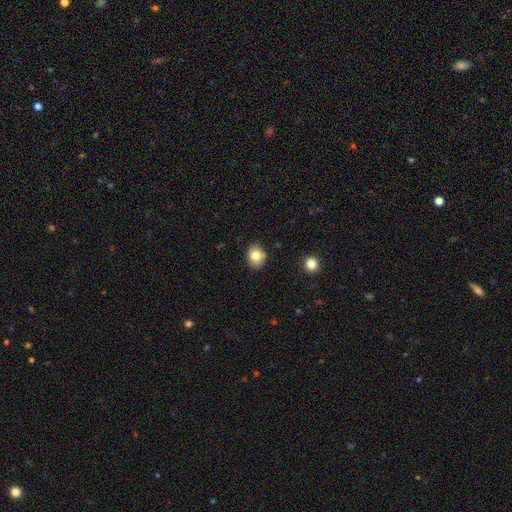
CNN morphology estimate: A smooth galaxy with no disk features (80%) that is round (50%).

Vote fractions:
- Smooth or featured? smooth: 80% / star or artifact: 10% / featured or disk: 10%
- How rounded? round: 50% / in between: 49% / cigar-shaped: 1%
- Merging? none: 82% / minor disturbance: 13% / major disturbance: 2% / merger: 2%